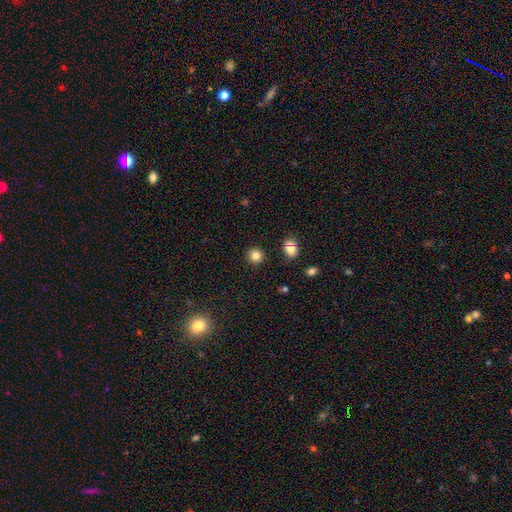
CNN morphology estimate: Smooth or featured: smooth — 83% (star or artifact — 12%)
How rounded: round — 91% (in between — 8%)
Merging: none — 91% (minor disturbance — 5%)